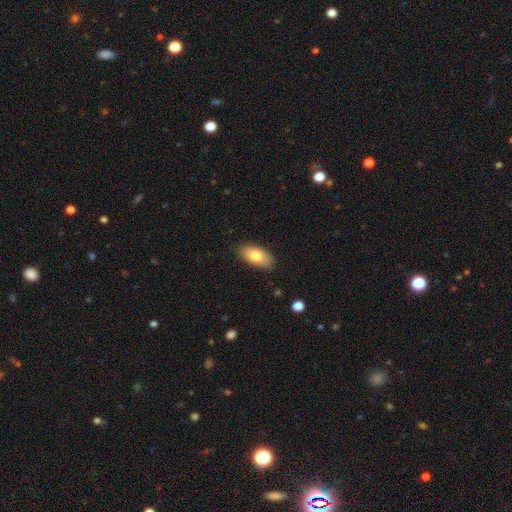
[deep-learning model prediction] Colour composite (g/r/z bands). It shows a smooth galaxy with no disk features (79%) that is in between round and cigar-shaped (92%). Merging: none (83%).